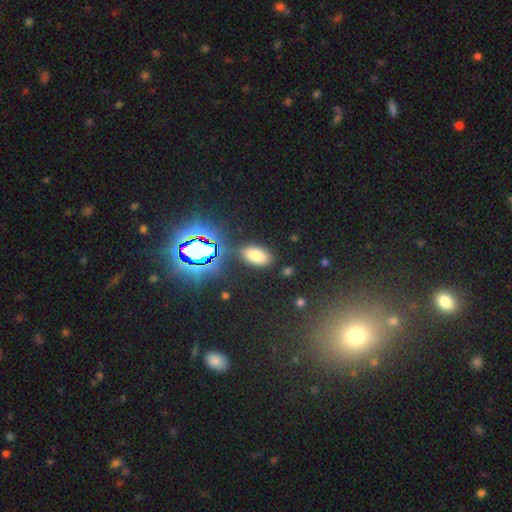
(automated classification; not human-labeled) A smooth galaxy with no disk features (68%) that is in between round and cigar-shaped (91%).

Vote fractions:
- Smooth or featured? smooth: 68% / star or artifact: 23% / featured or disk: 8%
- How rounded? in between: 91% / round: 6% / cigar-shaped: 3%
- Merging? none: 84% / minor disturbance: 10% / merger: 3% / major disturbance: 3%